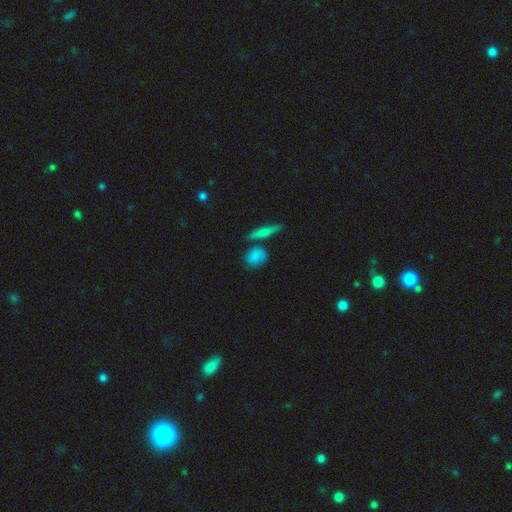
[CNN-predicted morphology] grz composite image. It shows a smooth galaxy with no disk features (76%) that is round (52%). Merging: none (64%).